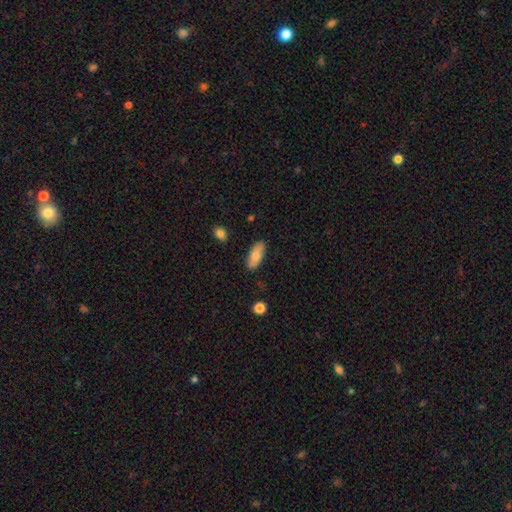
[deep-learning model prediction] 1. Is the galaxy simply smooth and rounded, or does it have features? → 77% smooth, 16% featured or disk, 6% star or artifact.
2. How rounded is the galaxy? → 81% in between, 17% cigar-shaped, 2% round.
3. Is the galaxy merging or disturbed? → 85% none, 11% minor disturbance, 2% major disturbance, 2% merger.